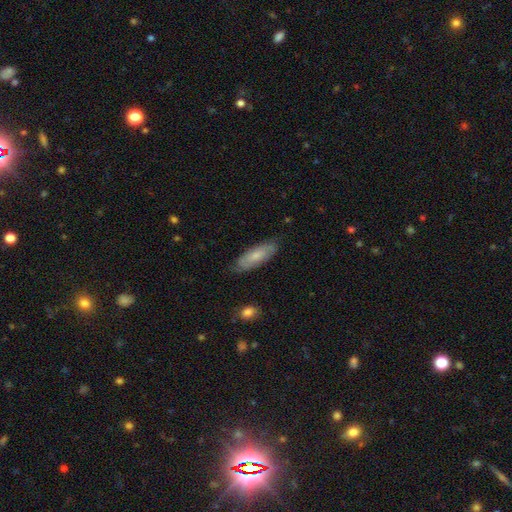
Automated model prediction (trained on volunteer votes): smooth 62%, featured or disk 32%, star or artifact 6%. Down the decision tree: how rounded — in between (62%); merging — none (79%).